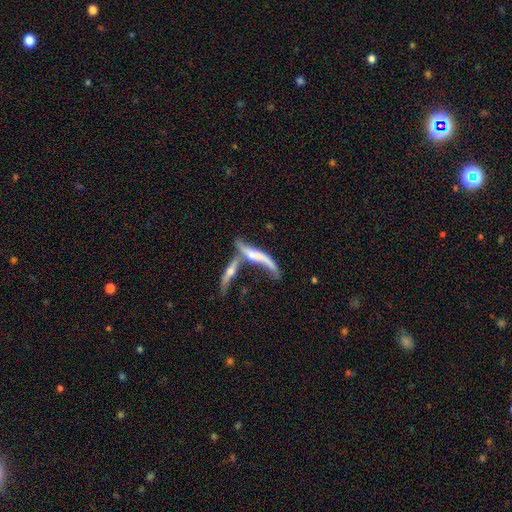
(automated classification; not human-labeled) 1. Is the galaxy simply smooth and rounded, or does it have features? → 63% featured or disk, 29% smooth, 7% star or artifact.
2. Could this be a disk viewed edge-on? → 65% yes, 35% no.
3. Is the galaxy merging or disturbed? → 55% merger, 22% none, 12% major disturbance, 10% minor disturbance.